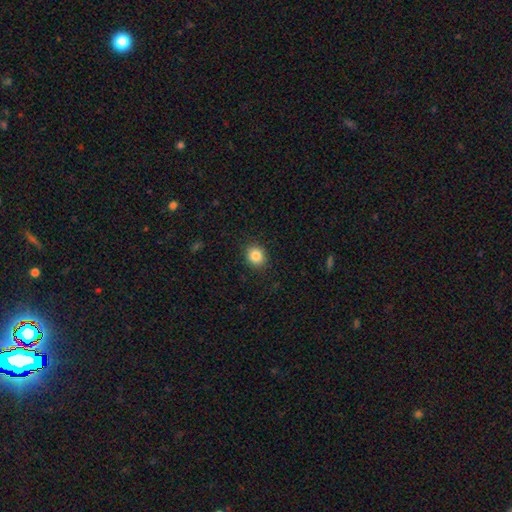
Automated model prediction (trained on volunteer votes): Smooth or featured: smooth — 85% (star or artifact — 10%)
How rounded: round — 73% (in between — 26%)
Merging: none — 89% (minor disturbance — 7%)